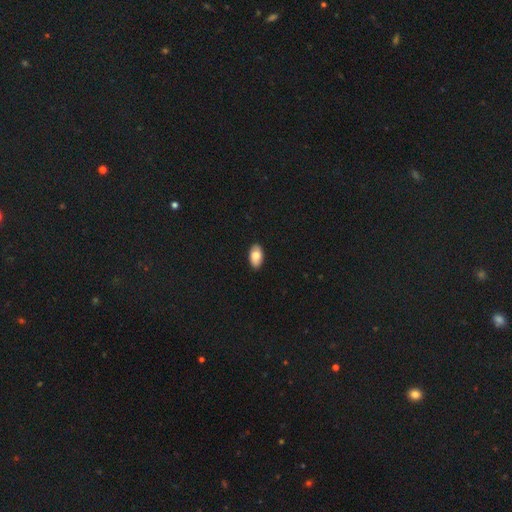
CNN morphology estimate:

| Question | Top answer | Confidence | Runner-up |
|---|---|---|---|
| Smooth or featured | smooth | 81% | featured or disk (13%) |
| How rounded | in between | 94% | round (4%) |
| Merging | none | 89% | minor disturbance (8%) |